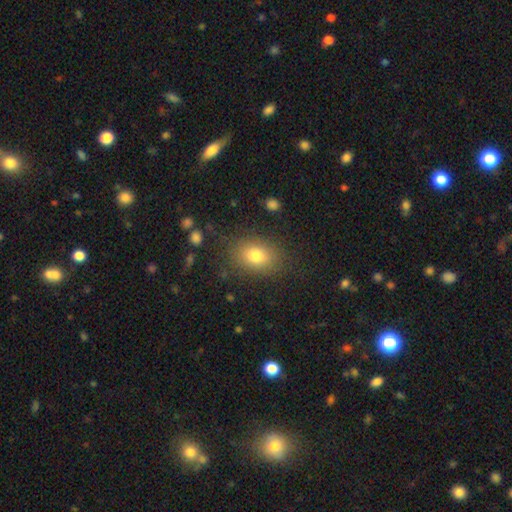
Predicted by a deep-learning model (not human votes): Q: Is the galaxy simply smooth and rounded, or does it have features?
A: smooth — 79%.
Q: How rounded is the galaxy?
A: in between — 74%.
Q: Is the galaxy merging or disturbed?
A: none — 81%.